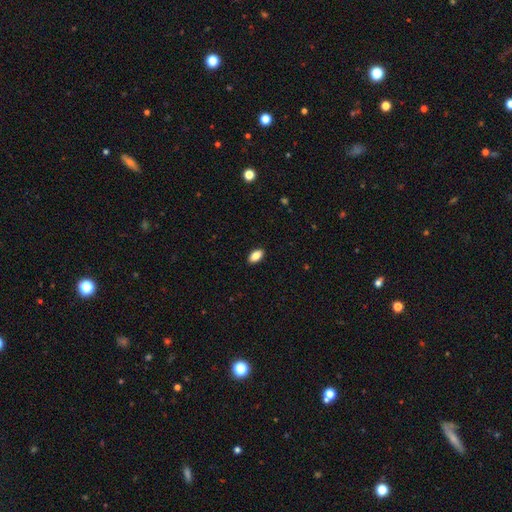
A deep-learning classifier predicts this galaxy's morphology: smooth-or-featured: smooth: 86% | star or artifact: 7% | featured or disk: 7%
  how-rounded: in between: 92% | round: 4% | cigar-shaped: 3%
  merging: none: 90% | minor disturbance: 7% | major disturbance: 2% | merger: 1%